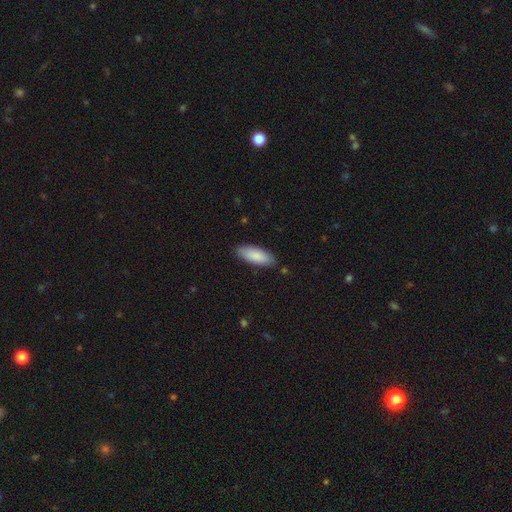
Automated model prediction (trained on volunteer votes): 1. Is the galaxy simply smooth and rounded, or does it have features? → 87% smooth, 8% featured or disk, 5% star or artifact.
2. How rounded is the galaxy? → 73% in between, 25% cigar-shaped, 1% round.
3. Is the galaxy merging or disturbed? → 85% none, 11% minor disturbance, 2% major disturbance, 1% merger.